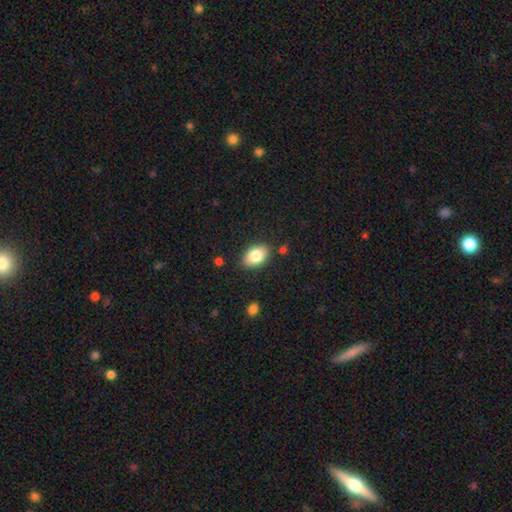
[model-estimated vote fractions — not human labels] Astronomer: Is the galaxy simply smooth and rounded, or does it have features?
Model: smooth — 82%.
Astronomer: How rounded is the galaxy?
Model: in between — 87%.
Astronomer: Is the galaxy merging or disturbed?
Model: none — 85%.